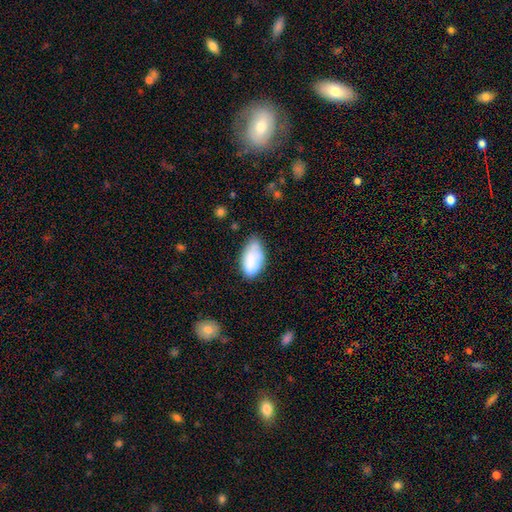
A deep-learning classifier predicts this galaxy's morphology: type=smooth (79%); roundness=in between (94%); merging=none (47%).